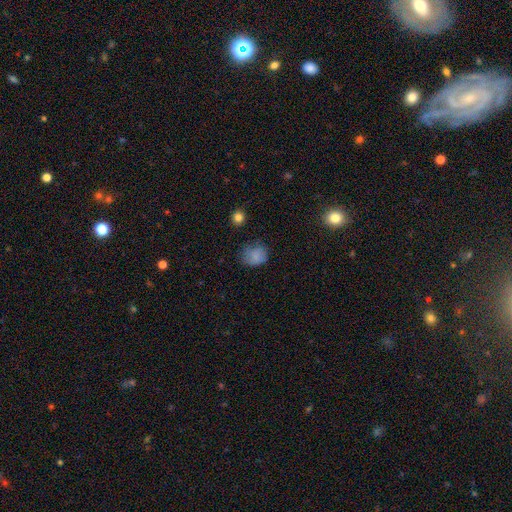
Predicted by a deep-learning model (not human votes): Smooth or featured: smooth — 79% (star or artifact — 12%)
How rounded: round — 58% (in between — 41%)
Merging: none — 59% (minor disturbance — 27%)